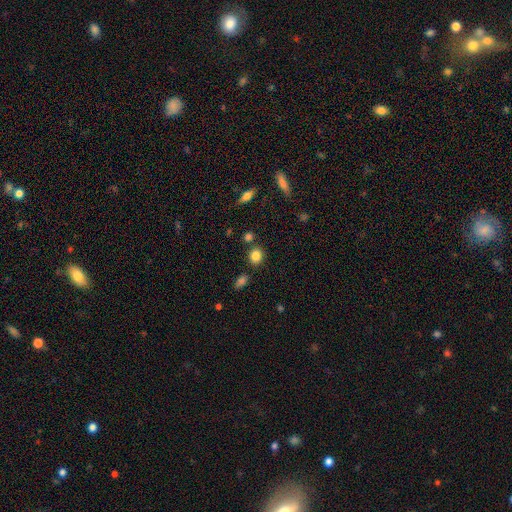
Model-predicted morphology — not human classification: A smooth galaxy with no disk features (84%) that is round (66%). Merging: none (81%).